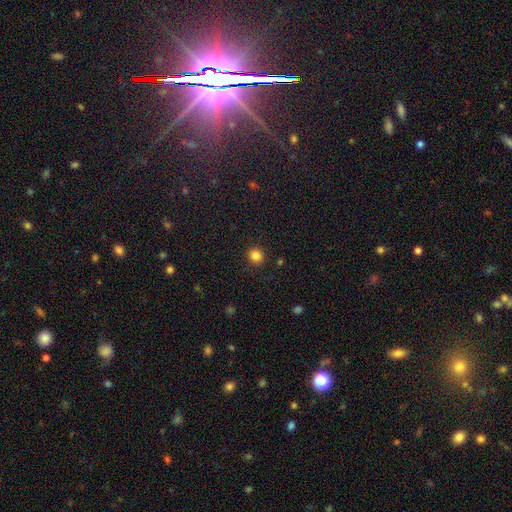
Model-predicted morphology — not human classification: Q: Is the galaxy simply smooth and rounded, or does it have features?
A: smooth — 84%.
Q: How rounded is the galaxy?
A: round — 86%.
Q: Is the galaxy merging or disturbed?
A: none — 90%.